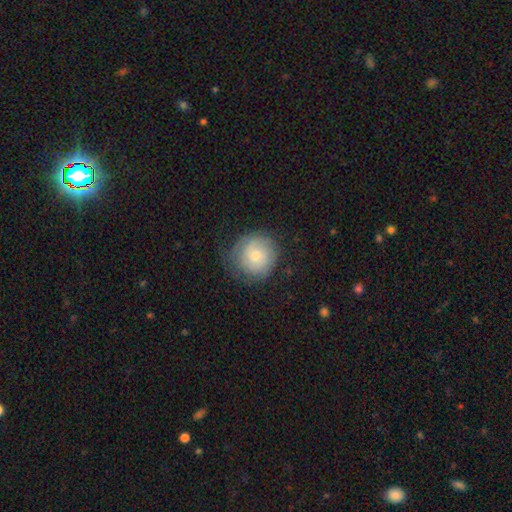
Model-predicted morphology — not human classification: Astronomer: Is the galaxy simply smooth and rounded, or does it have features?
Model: smooth — 54% (runner-up: featured or disk, 38%).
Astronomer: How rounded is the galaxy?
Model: round — 91%.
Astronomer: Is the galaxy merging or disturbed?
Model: none — 71%.